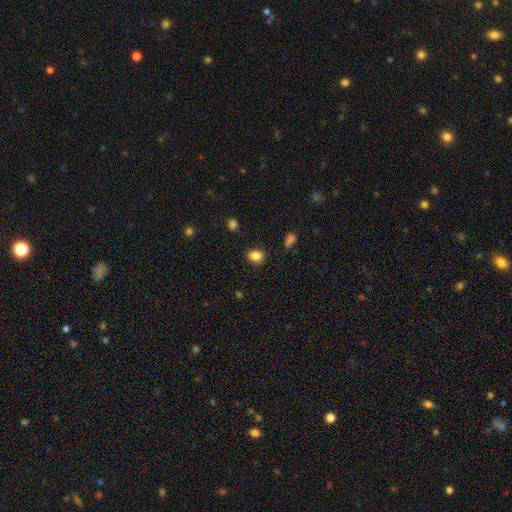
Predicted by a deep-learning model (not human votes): Q: Smooth or featured?
A: smooth (85%); runner-up: star or artifact (11%)
Q: How rounded?
A: round (51%); runner-up: in between (48%)
Q: Merging?
A: none (81%); runner-up: minor disturbance (14%)